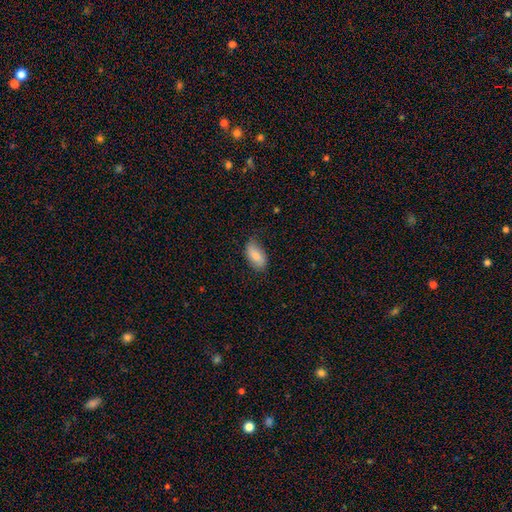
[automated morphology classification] smooth 77%, featured or disk 17%, star or artifact 6%. Down the decision tree: how rounded — in between (93%); merging — none (73%).